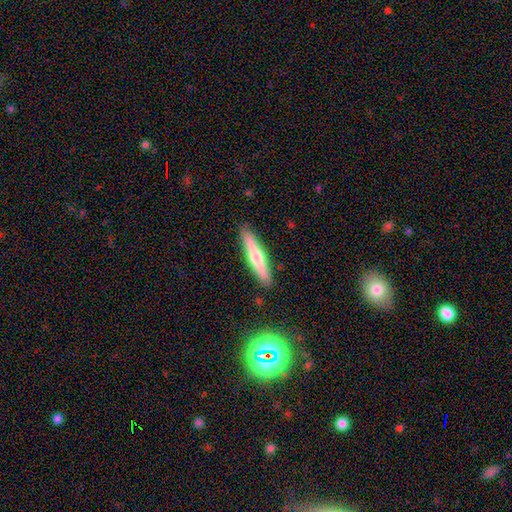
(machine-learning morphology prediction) Q: Smooth or featured?
A: featured or disk (48%); runner-up: smooth (43%)
Q: Merging?
A: none (90%); runner-up: minor disturbance (7%)